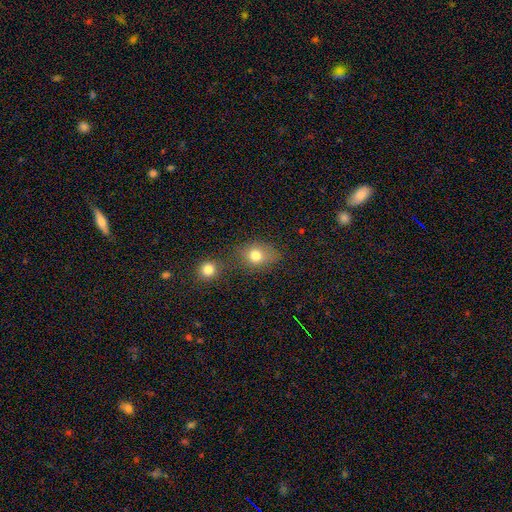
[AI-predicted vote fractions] Overall: smooth (76%). How rounded: round (56%; in between 43%). Merging: none (59%; merger 20%).